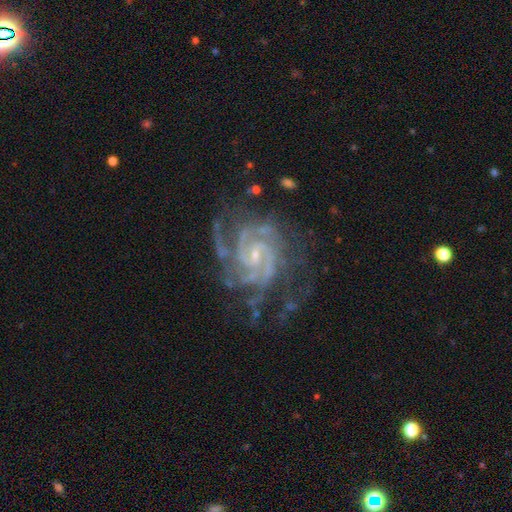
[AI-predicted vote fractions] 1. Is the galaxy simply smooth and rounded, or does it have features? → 92% featured or disk, 5% star or artifact, 3% smooth.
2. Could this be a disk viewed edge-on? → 98% no, 2% yes.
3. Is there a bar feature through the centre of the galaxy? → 47% no, 39% weak, 14% strong.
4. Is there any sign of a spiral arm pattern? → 99% yes, 1% no.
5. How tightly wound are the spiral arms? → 61% tight, 34% medium, 4% loose.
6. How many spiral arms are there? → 32% 2, 24% 3, 17% 4, 13% can't tell, 8% more than 4, 7% 1.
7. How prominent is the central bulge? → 80% small, 15% moderate, 3% none, 1% large, 1% dominant.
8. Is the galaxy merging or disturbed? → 64% none, 21% minor disturbance, 14% major disturbance, 2% merger.